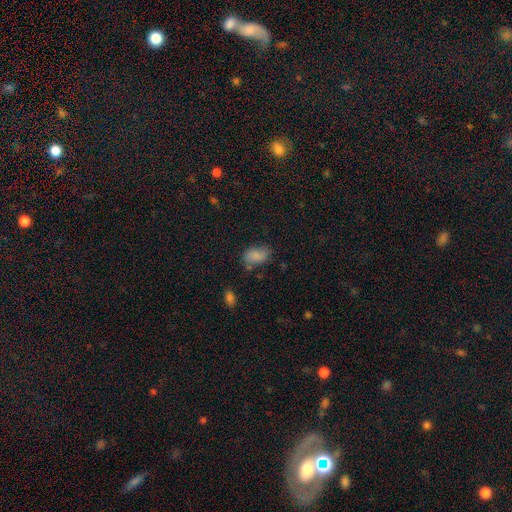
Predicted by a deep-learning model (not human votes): Morphology: type=smooth (82%); roundness=in between (88%); merging=none (62%).